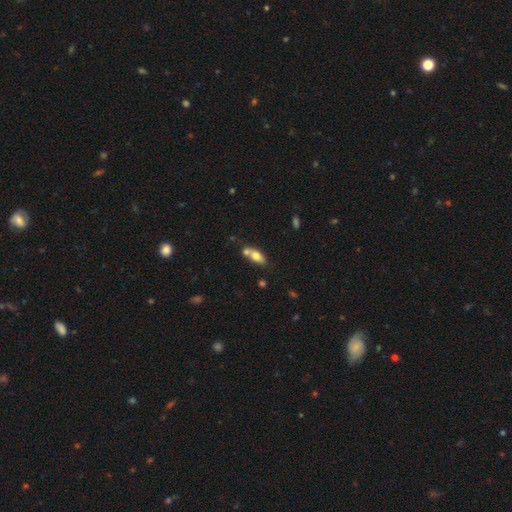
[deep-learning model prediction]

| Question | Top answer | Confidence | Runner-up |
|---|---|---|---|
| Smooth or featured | smooth | 71% | featured or disk (21%) |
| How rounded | in between | 82% | cigar-shaped (13%) |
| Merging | none | 44% | merger (39%) |